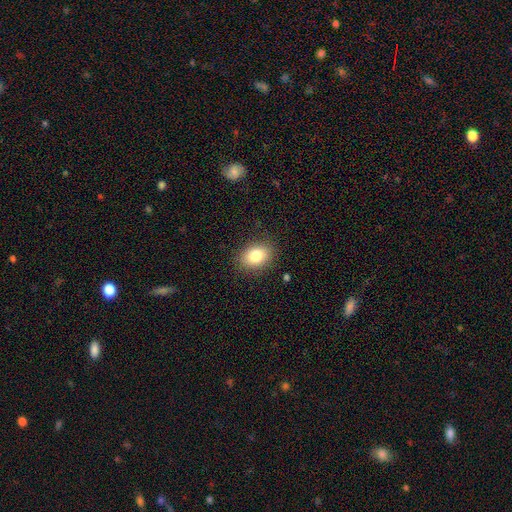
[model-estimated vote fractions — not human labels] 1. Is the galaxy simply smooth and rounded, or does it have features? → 82% smooth, 9% featured or disk, 9% star or artifact.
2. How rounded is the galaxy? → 73% in between, 26% round, 1% cigar-shaped.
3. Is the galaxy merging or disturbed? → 86% none, 10% minor disturbance, 3% major disturbance, 1% merger.